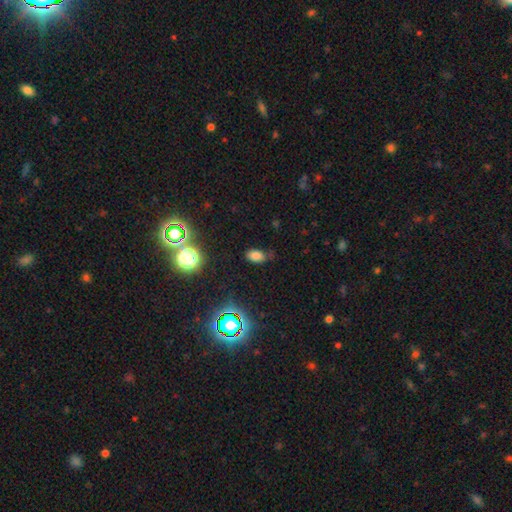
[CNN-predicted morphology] A smooth galaxy with no disk features (73%) that is in between round and cigar-shaped (88%).

Vote fractions:
- Smooth or featured? smooth: 73% / star or artifact: 20% / featured or disk: 7%
- How rounded? in between: 88% / round: 10% / cigar-shaped: 2%
- Merging? none: 71% / minor disturbance: 21% / major disturbance: 6% / merger: 2%